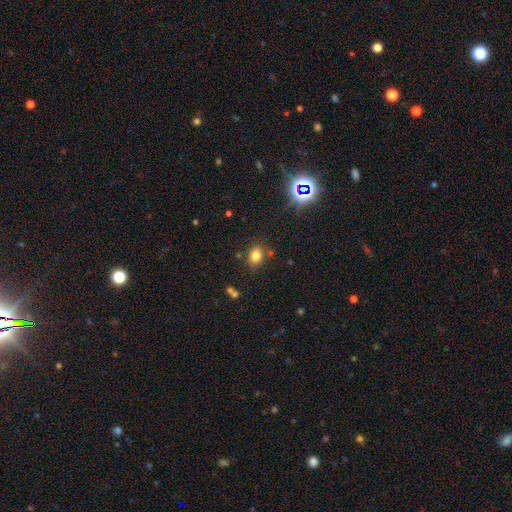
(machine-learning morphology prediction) This appears to be a smooth galaxy with no disk features (78%) that is in between round and cigar-shaped (57%). Merging: none (78%).